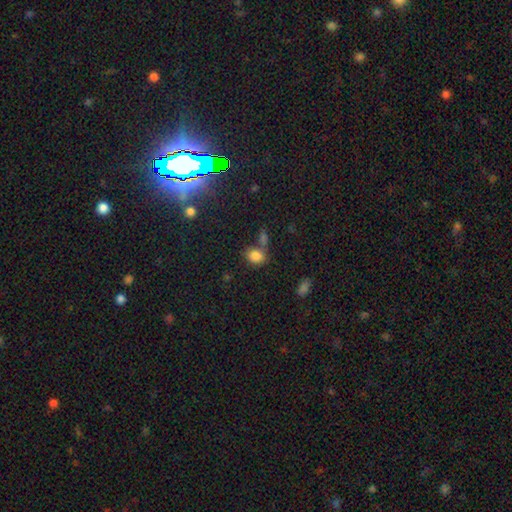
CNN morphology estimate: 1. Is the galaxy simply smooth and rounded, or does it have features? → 83% smooth, 11% star or artifact, 6% featured or disk.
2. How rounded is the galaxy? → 59% in between, 39% round, 1% cigar-shaped.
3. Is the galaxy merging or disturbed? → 56% none, 24% merger, 14% minor disturbance, 6% major disturbance.